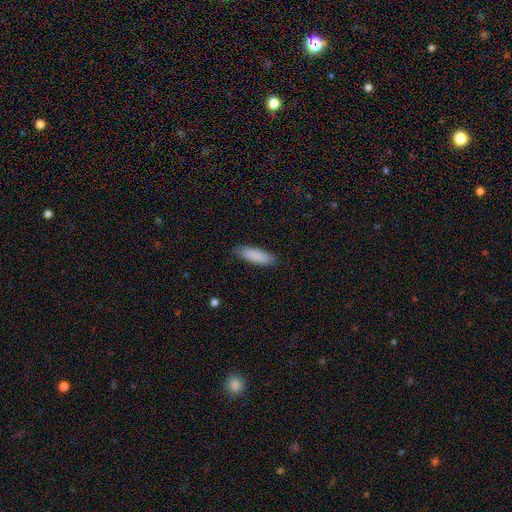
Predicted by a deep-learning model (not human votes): Smooth or featured?
  - smooth: 88% *
  - featured or disk: 6%
  - star or artifact: 6%
How rounded?
  - cigar-shaped: 52% *
  - in between: 47%
  - round: 1%
Merging?
  - none: 86% *
  - minor disturbance: 11%
  - major disturbance: 2%
  - merger: 1%